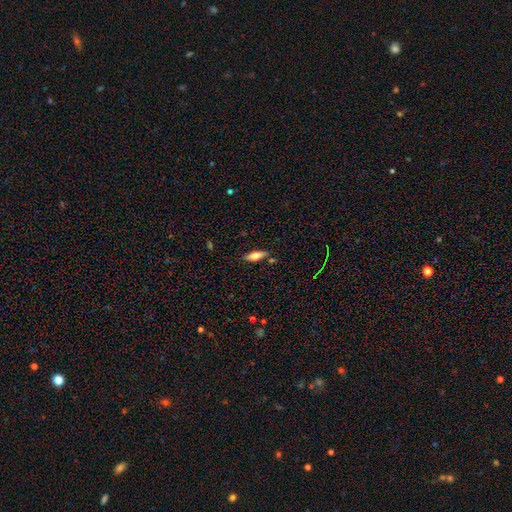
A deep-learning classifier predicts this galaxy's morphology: Smooth or featured?
  - smooth: 55% *
  - featured or disk: 37%
  - star or artifact: 8%
How rounded?
  - in between: 53% *
  - cigar-shaped: 45%
  - round: 3%
Merging?
  - none: 81% *
  - minor disturbance: 12%
  - merger: 4%
  - major disturbance: 3%